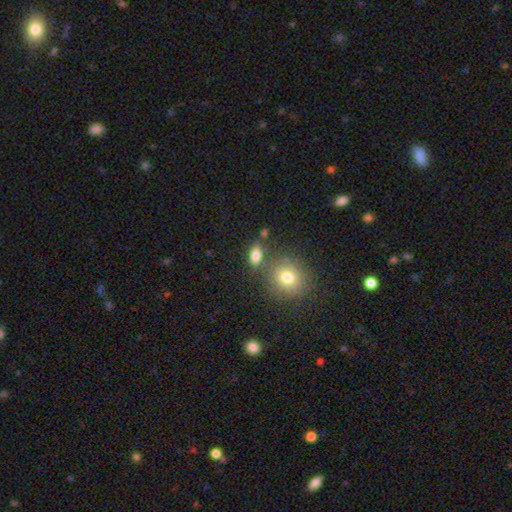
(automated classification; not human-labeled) The model was most divided on "merging": none: 67%, merger: 15%, minor disturbance: 13%, major disturbance: 5%. More confident: smooth or featured — smooth (80%); how rounded — in between (80%).